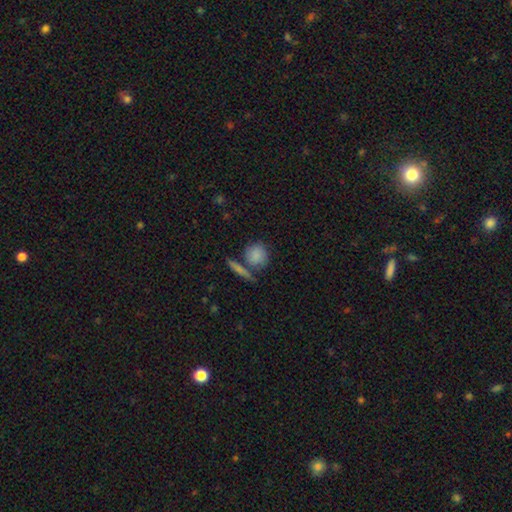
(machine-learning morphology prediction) Overall: smooth (82%). How rounded: round (78%). Merging: none (59%; merger 22%).